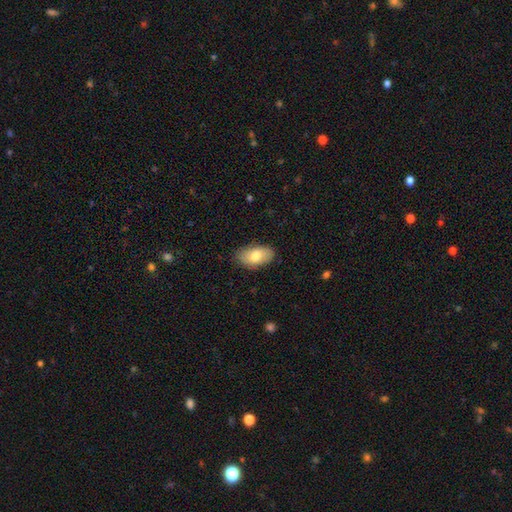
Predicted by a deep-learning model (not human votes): A smooth galaxy with no disk features (77%) that is in between round and cigar-shaped (94%).

Vote fractions:
- Smooth or featured? smooth: 77% / featured or disk: 17% / star or artifact: 6%
- How rounded? in between: 94% / round: 4% / cigar-shaped: 2%
- Merging? none: 83% / minor disturbance: 14% / major disturbance: 3% / merger: 1%